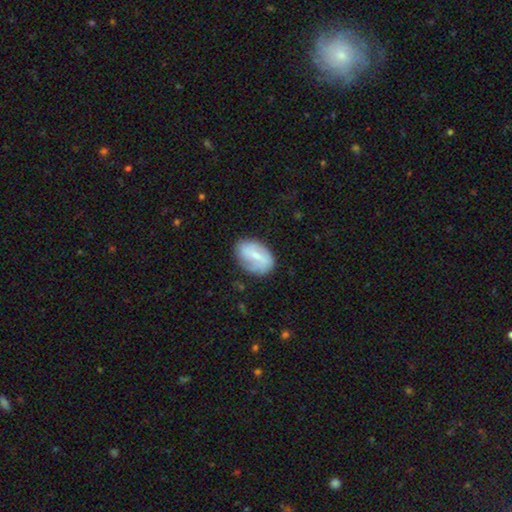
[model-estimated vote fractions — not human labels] smooth_or_featured: featured or disk (p=0.48) [alt: smooth p=0.45]
merging: none (p=0.68) [alt: minor disturbance p=0.22]